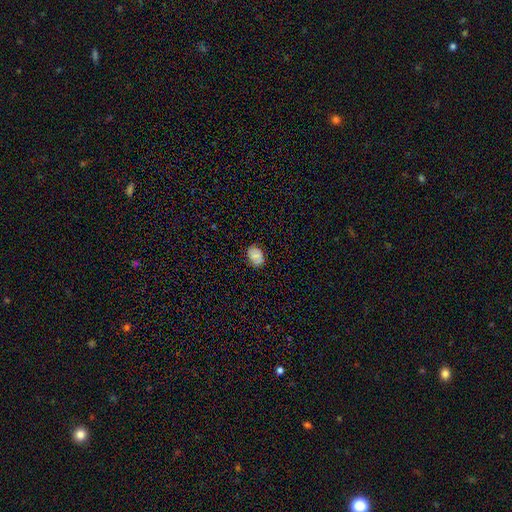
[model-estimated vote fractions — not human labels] This appears to be a smooth galaxy with no disk features (73%) that is in between round and cigar-shaped (74%). Merging: none (81%).